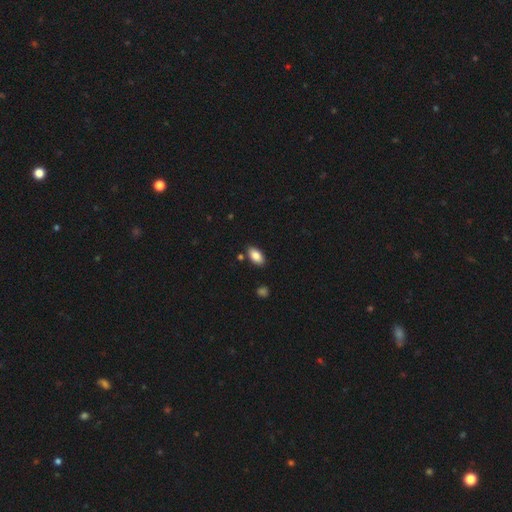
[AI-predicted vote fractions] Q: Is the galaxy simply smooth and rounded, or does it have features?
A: smooth — 86%.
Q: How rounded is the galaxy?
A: in between — 93%.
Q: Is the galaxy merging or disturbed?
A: none — 85%.